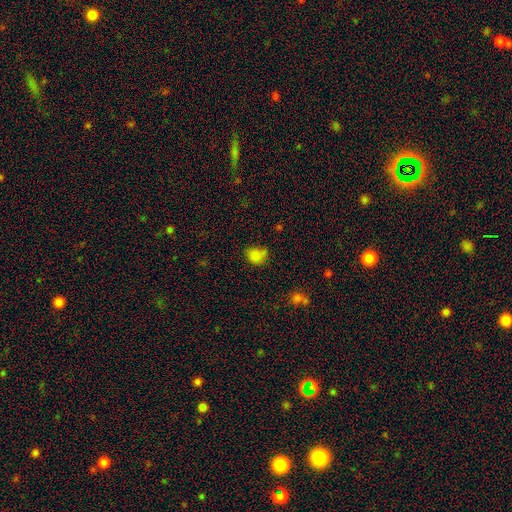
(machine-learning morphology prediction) type=smooth (79%); roundness=round (60%); merging=none (50%).